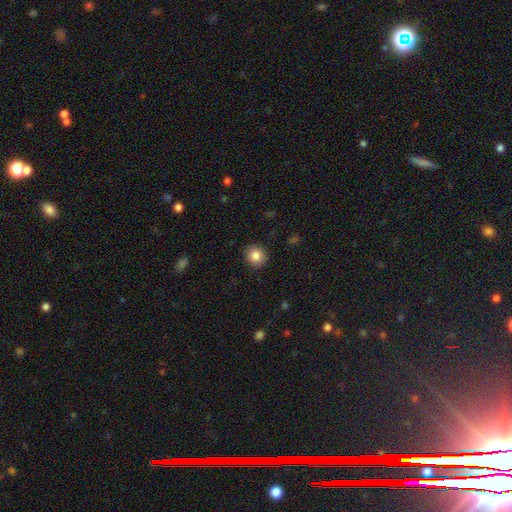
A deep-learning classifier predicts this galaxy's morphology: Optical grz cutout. It shows a smooth galaxy with no disk features (85%) that is round (86%). Merging: none (91%).